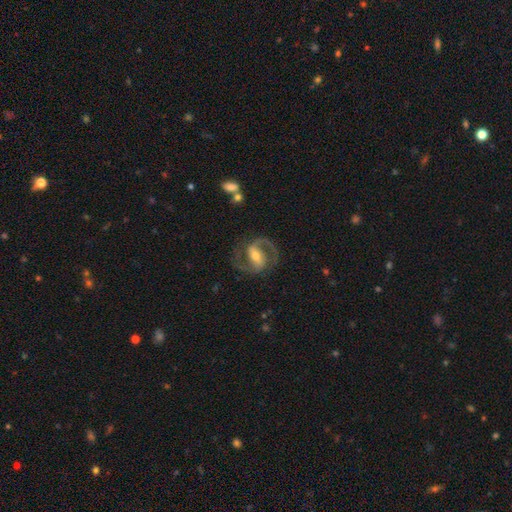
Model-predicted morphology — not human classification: Smooth or featured? featured or disk (91%)
Edge-on disk? no (98%)
Bar? strong (45%)
Spiral arms? yes (97%)
Spiral winding? medium (65%)
Spiral arm count? 2 (93%)
Bulge size? moderate (59%)
Merging? none (80%)